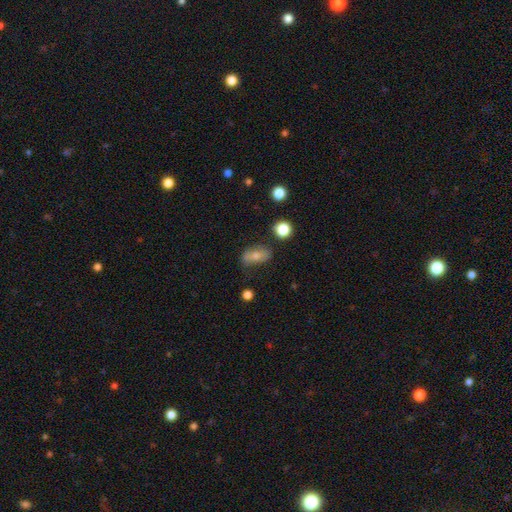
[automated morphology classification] smooth-or-featured: smooth: 65% | featured or disk: 24% | star or artifact: 10%
  how-rounded: in between: 83% | round: 13% | cigar-shaped: 4%
  merging: none: 63% | minor disturbance: 24% | major disturbance: 8% | merger: 6%